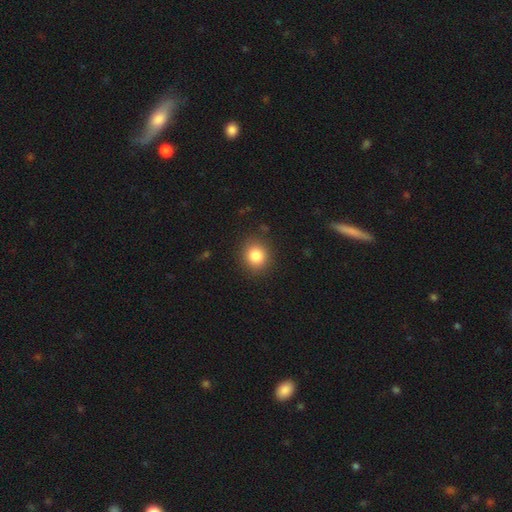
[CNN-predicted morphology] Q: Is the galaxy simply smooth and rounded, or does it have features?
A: smooth — 83%.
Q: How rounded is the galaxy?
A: round — 84%.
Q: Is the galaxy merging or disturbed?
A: none — 89%.